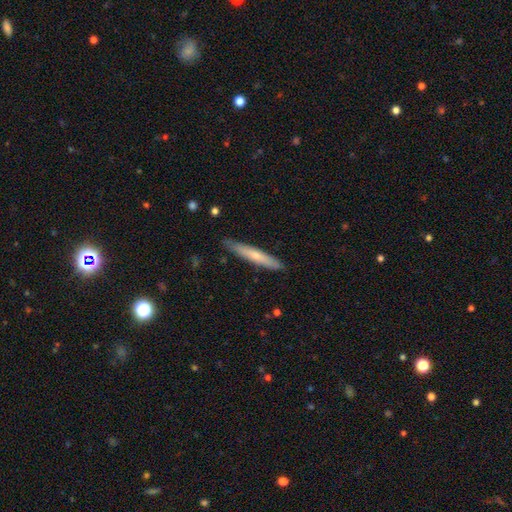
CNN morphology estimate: The model was most divided on "smooth or featured": smooth: 54%, featured or disk: 40%, star or artifact: 6%. More confident: how rounded — cigar-shaped (94%); merging — none (87%).